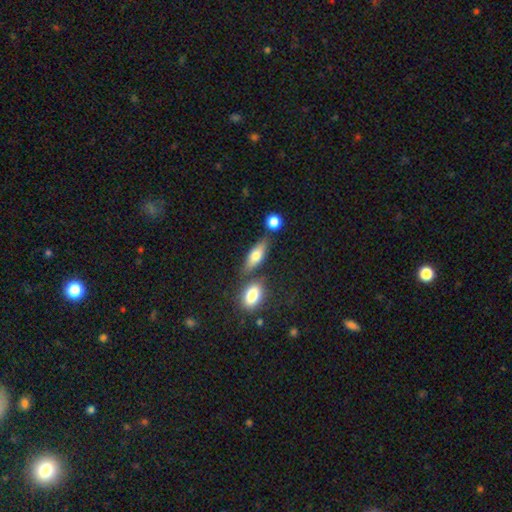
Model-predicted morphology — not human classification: smooth_or_featured: smooth (p=0.62) [alt: featured or disk p=0.29]
how_rounded: in between (p=0.64) [alt: cigar-shaped p=0.31]
merging: none (p=0.69) [alt: merger p=0.14]